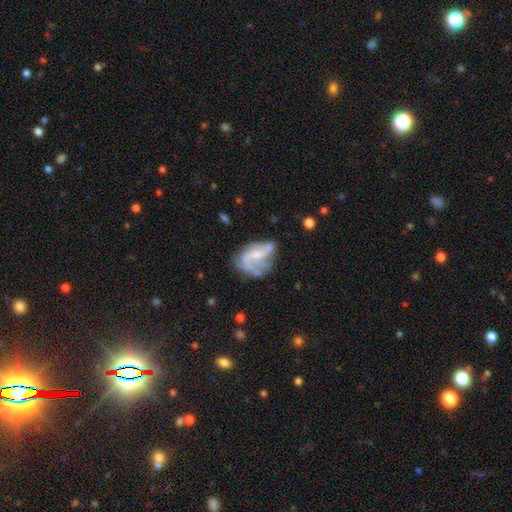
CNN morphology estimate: Smooth or featured?
  - featured or disk: 75% *
  - smooth: 17%
  - star or artifact: 8%
Edge-on disk?
  - no: 98% *
  - yes: 2%
Bar?
  - no: 48% *
  - weak: 40%
  - strong: 12%
Spiral arms?
  - yes: 83% *
  - no: 17%
Spiral winding?
  - loose: 46% *
  - medium: 40%
  - tight: 15%
Spiral arm count?
  - 2: 53% *
  - 3: 17%
  - can't tell: 16%
  - 1: 8%
  - 4: 3%
  - more than 4: 3%
Bulge size?
  - small: 40% *
  - none: 30%
  - moderate: 25%
  - large: 3%
  - dominant: 1%
Merging?
  - none: 44% *
  - major disturbance: 26%
  - minor disturbance: 23%
  - merger: 7%